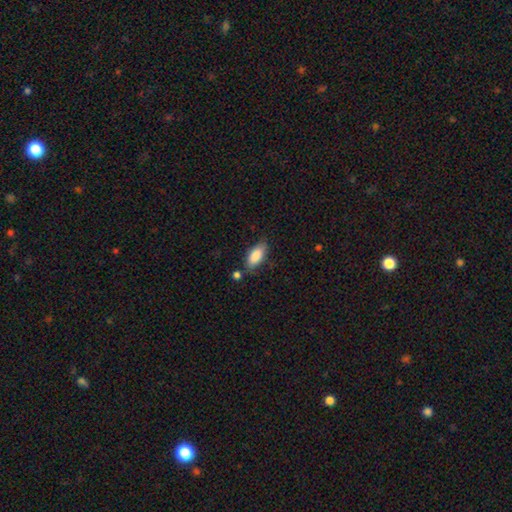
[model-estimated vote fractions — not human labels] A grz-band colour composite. It shows a smooth galaxy with no disk features (85%) that is in between round and cigar-shaped (87%). Merging: none (70%).